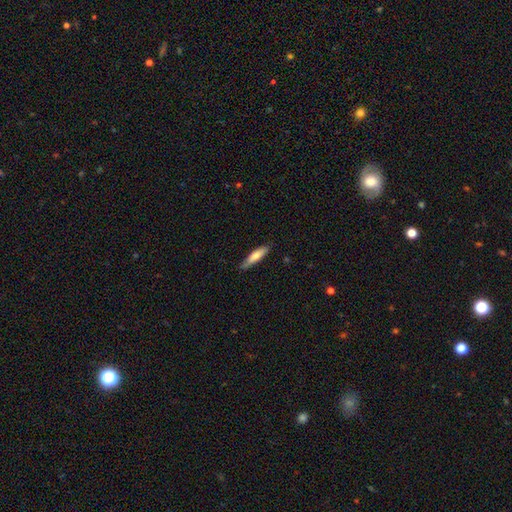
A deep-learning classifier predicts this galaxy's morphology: A smooth galaxy with no disk features (71%) that is cigar-shaped (73%).

Vote fractions:
- Smooth or featured? smooth: 71% / featured or disk: 23% / star or artifact: 6%
- How rounded? cigar-shaped: 73% / in between: 25% / round: 1%
- Merging? none: 73% / minor disturbance: 22% / major disturbance: 3% / merger: 1%